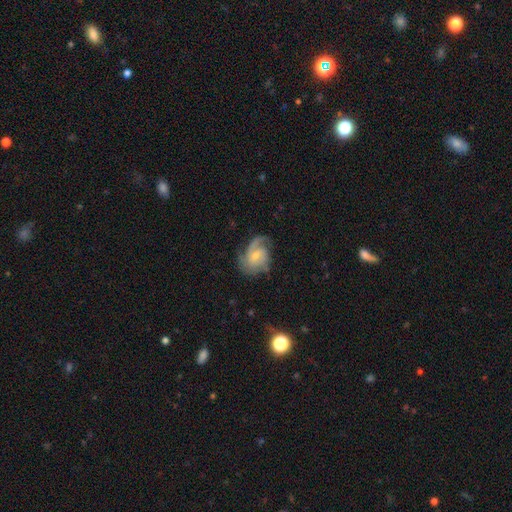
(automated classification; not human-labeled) A featured or disk galaxy (75%) with no bar (48%), 2 (44%) medium (44%) spiral arms (93%) and a small central bulge (56%). Merging: none (58%).